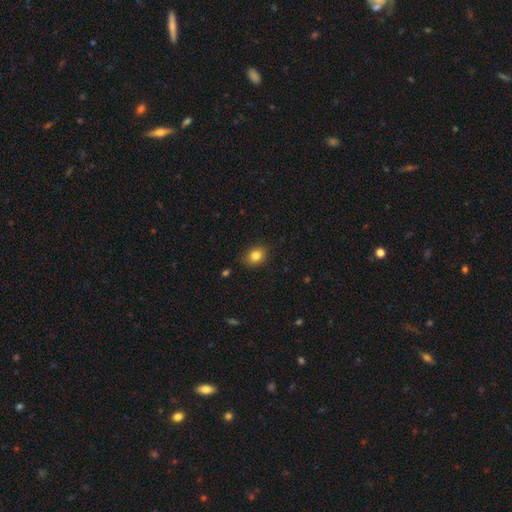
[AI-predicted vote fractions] The model was most divided on "how rounded": round: 52%, in between: 48%, cigar-shaped: 1%. More confident: merging — none (85%); smooth or featured — smooth (83%).